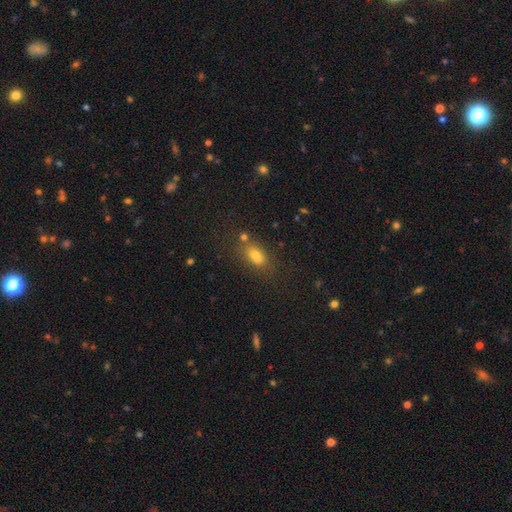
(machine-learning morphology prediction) This appears to be a smooth galaxy with no disk features (74%) that is in between round and cigar-shaped (78%). Merging: none (63%).